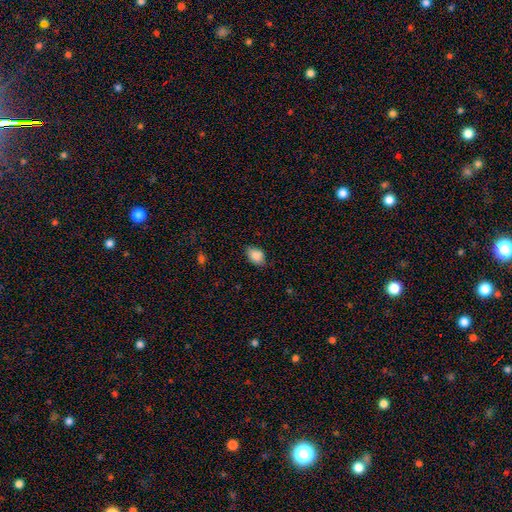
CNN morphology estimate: This appears to be a smooth galaxy with no disk features (85%) that is in between round and cigar-shaped (83%). Merging: none (77%).